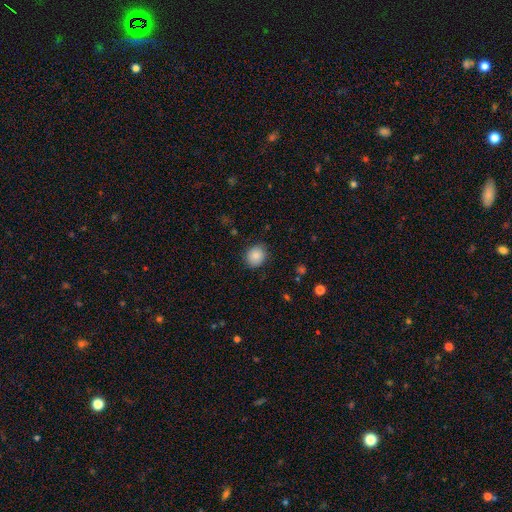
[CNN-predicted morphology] A smooth galaxy with no disk features (87%) that is round (73%).

Vote fractions:
- Smooth or featured? smooth: 87% / star or artifact: 8% / featured or disk: 4%
- How rounded? round: 73% / in between: 26% / cigar-shaped: 1%
- Merging? none: 86% / minor disturbance: 10% / major disturbance: 3% / merger: 1%